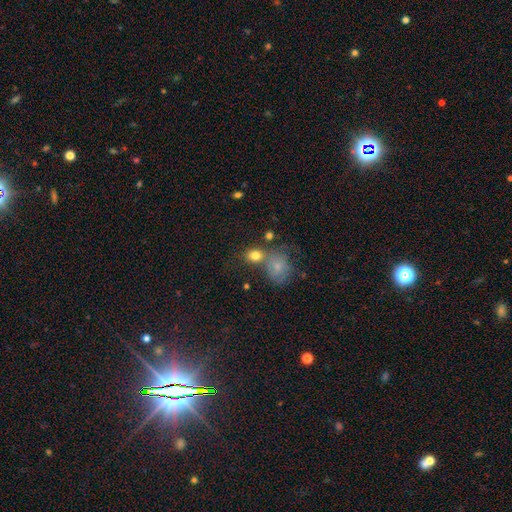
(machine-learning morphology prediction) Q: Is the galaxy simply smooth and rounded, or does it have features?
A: smooth — 79%.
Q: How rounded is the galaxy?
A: round — 57%.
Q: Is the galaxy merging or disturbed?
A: none — 49%.